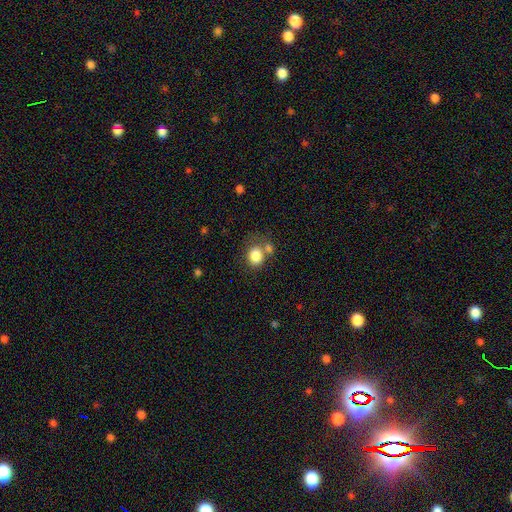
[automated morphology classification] Q: Smooth or featured?
A: smooth (83%); runner-up: star or artifact (10%)
Q: How rounded?
A: round (62%); runner-up: in between (37%)
Q: Merging?
A: none (55%); runner-up: merger (24%)